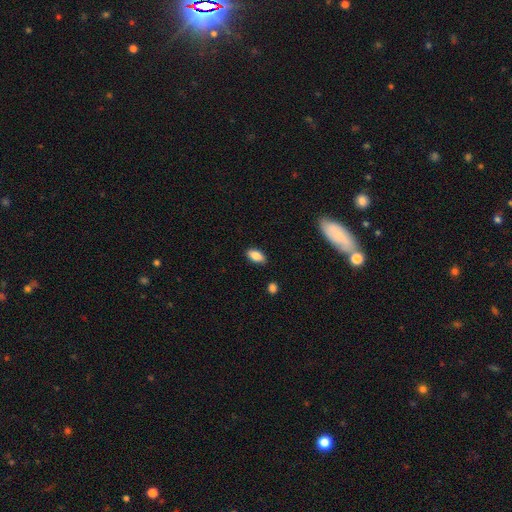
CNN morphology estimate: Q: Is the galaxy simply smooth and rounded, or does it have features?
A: smooth — 85%.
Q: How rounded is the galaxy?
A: in between — 89%.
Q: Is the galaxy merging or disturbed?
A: none — 85%.